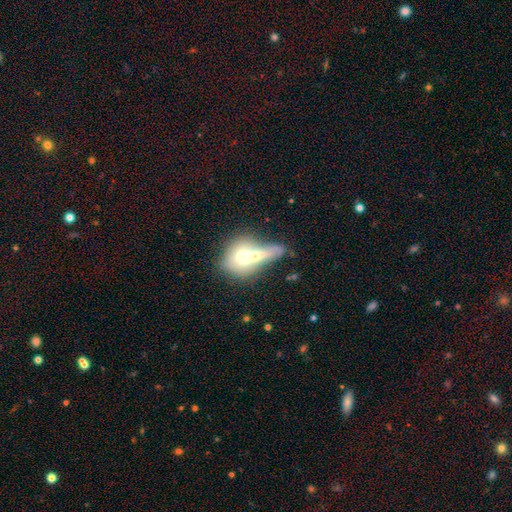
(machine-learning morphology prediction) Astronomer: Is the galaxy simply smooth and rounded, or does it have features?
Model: smooth — 60%.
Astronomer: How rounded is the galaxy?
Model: round — 59% (runner-up: in between, 36%).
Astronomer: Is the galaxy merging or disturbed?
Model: merger — 68%.